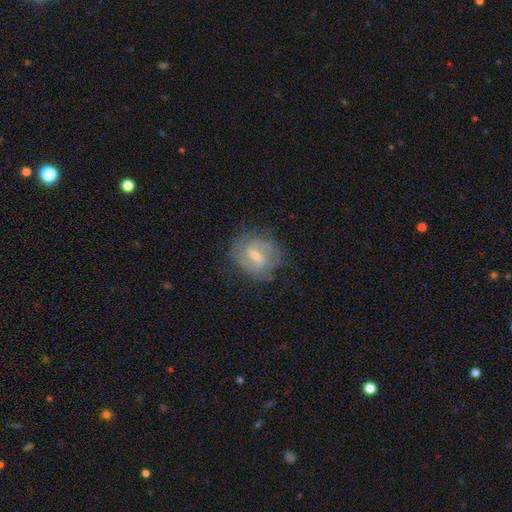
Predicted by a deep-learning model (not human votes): Smooth or featured: featured or disk — 82% (smooth — 11%)
Edge-on disk: no — 97% (yes — 3%)
Bar: weak — 57% (strong — 27%)
Spiral arms: yes — 94% (no — 6%)
Spiral winding: medium — 46% (tight — 39%)
Spiral arm count: 2 — 79% (can't tell — 10%)
Bulge size: small — 60% (moderate — 34%)
Merging: none — 78% (minor disturbance — 15%)